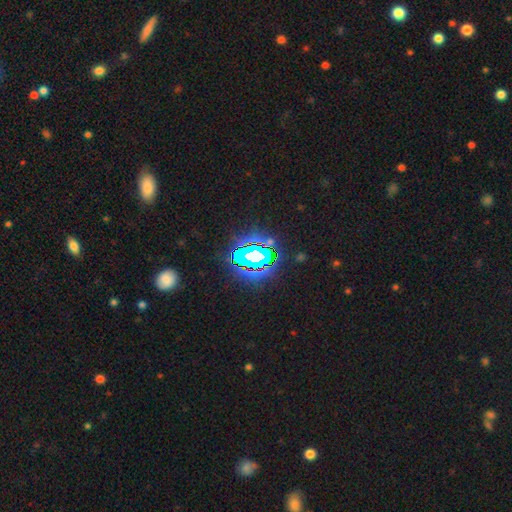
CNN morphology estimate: Smooth or featured: star or artifact — 77% (smooth — 13%)